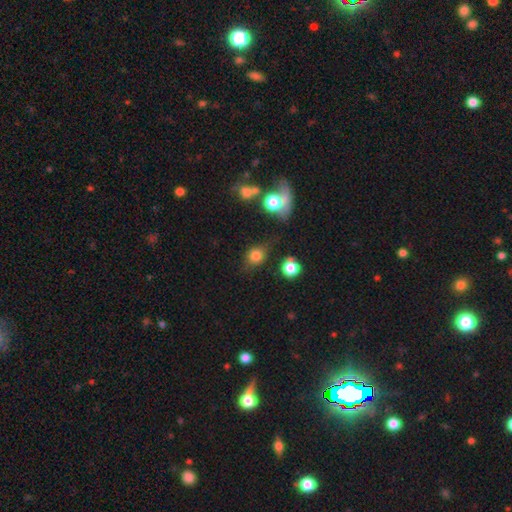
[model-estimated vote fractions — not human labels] Smooth or featured?
  - smooth: 76% *
  - star or artifact: 15%
  - featured or disk: 9%
How rounded?
  - round: 62% *
  - in between: 36%
  - cigar-shaped: 2%
Merging?
  - none: 65% *
  - minor disturbance: 19%
  - major disturbance: 9%
  - merger: 7%